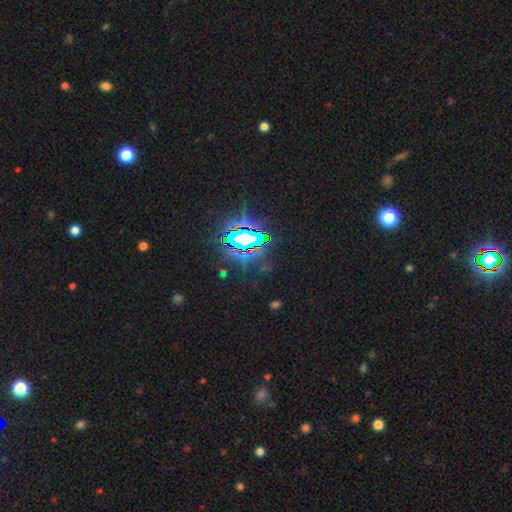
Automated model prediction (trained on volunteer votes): This is clearly a star or artifact rather than a galaxy (83%).